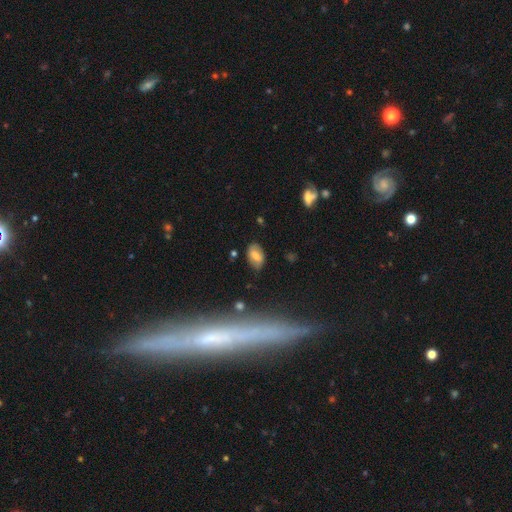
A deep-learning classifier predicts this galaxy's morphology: smooth 63%, featured or disk 27%, star or artifact 10%. Down the decision tree: how rounded — in between (89%); merging — none (78%).